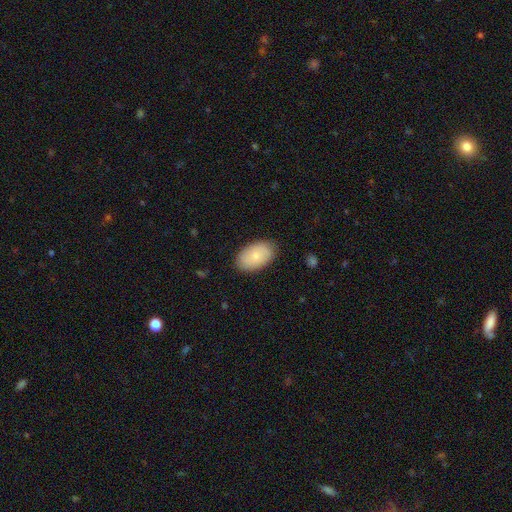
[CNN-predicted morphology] A smooth galaxy with no disk features (79%) that is in between round and cigar-shaped (94%).

Vote fractions:
- Smooth or featured? smooth: 79% / featured or disk: 14% / star or artifact: 6%
- How rounded? in between: 94% / round: 5% / cigar-shaped: 1%
- Merging? none: 85% / minor disturbance: 11% / major disturbance: 2% / merger: 1%